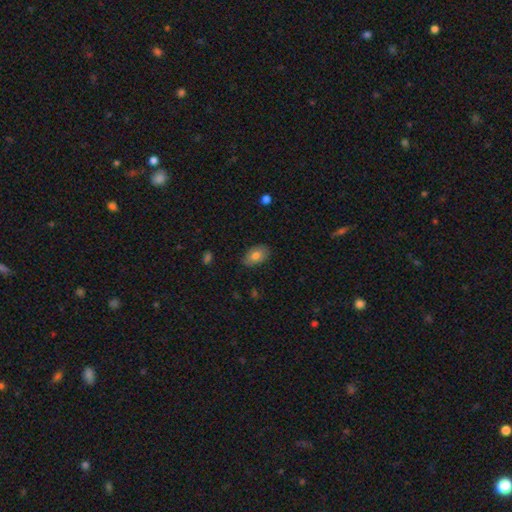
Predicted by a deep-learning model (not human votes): This is likely a smooth galaxy (75%). How rounded: clearly in between (91%). Merging: clearly none (81%).